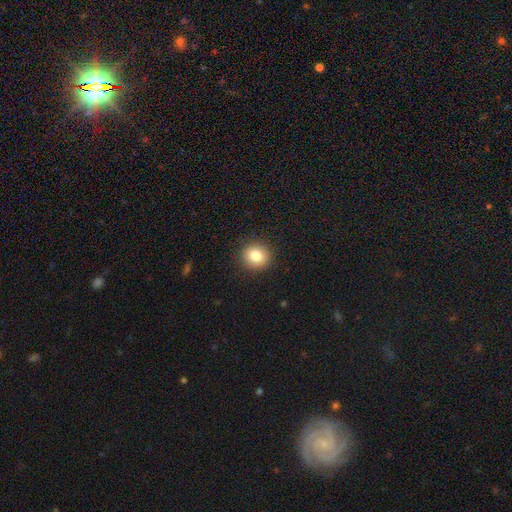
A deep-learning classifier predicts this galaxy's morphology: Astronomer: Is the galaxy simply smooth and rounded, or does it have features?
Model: smooth — 82%.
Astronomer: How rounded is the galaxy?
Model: round — 84%.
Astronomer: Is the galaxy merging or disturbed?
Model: none — 91%.